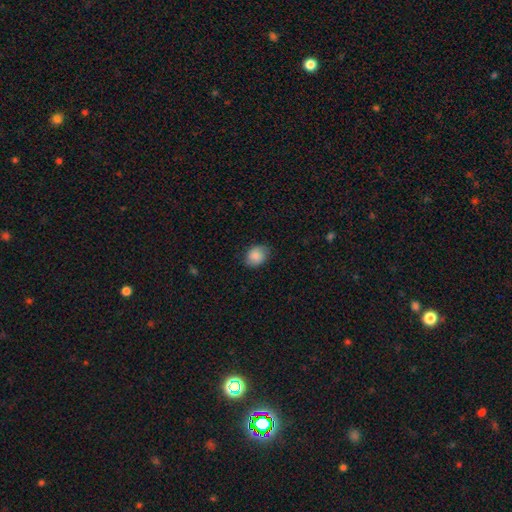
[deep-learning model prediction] This appears to be a smooth galaxy with no disk features (87%) that is in between round and cigar-shaped (51%). Merging: none (82%).